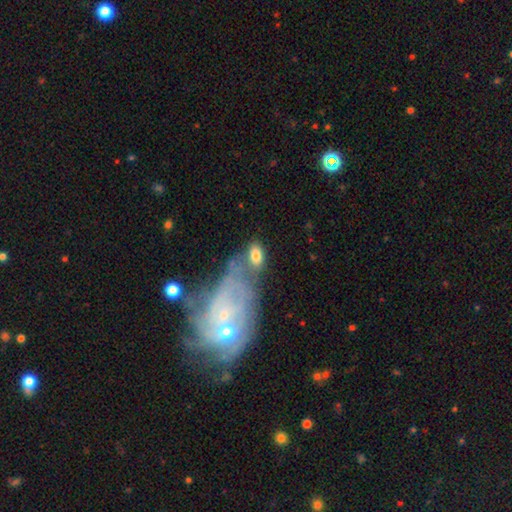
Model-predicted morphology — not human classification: Smooth or featured?
  - smooth: 73% *
  - featured or disk: 19%
  - star or artifact: 8%
How rounded?
  - in between: 90% *
  - round: 7%
  - cigar-shaped: 3%
Merging?
  - none: 44% *
  - merger: 24%
  - minor disturbance: 18%
  - major disturbance: 13%